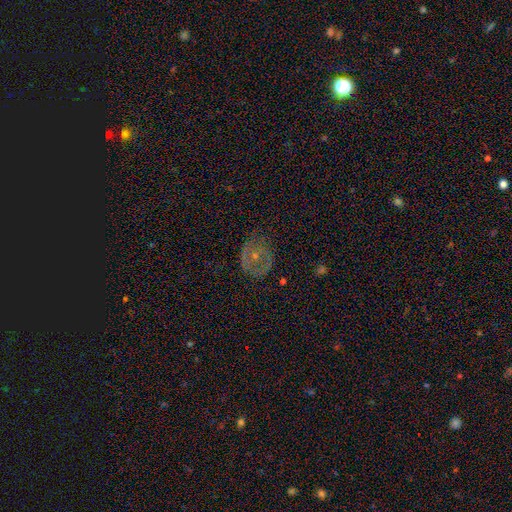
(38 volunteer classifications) This appears to be a featured or disk galaxy (58%) with no bar (77%), no spiral arms (73%) and a small central bulge (82%). Merging: none (66%).